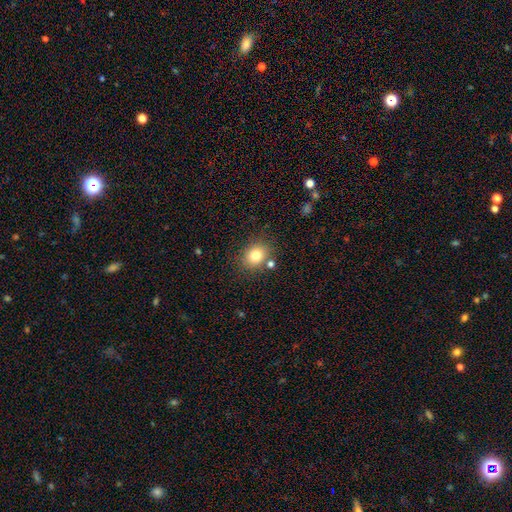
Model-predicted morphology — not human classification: Q: Smooth or featured?
A: smooth (79%); runner-up: star or artifact (12%)
Q: How rounded?
A: round (58%); runner-up: in between (41%)
Q: Merging?
A: none (78%); runner-up: minor disturbance (11%)